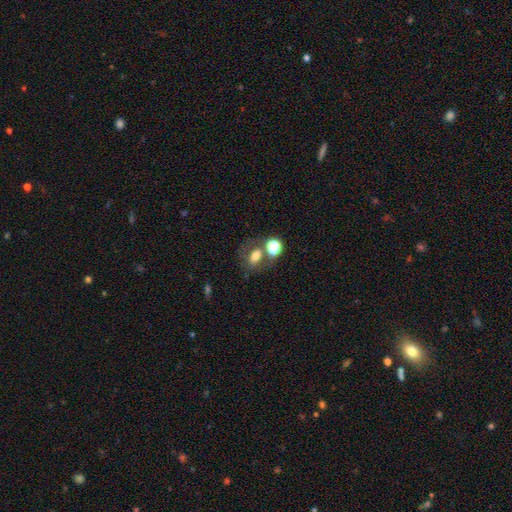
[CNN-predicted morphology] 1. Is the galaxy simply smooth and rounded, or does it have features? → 66% smooth, 20% featured or disk, 14% star or artifact.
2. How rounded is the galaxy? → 70% in between, 28% round, 2% cigar-shaped.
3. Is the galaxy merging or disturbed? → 51% none, 27% merger, 14% minor disturbance, 8% major disturbance.